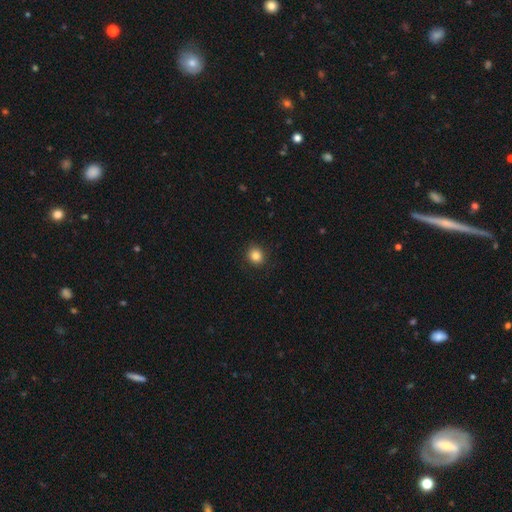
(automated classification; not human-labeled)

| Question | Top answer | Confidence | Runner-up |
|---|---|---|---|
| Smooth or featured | smooth | 85% | star or artifact (11%) |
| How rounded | round | 80% | in between (19%) |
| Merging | none | 91% | minor disturbance (7%) |